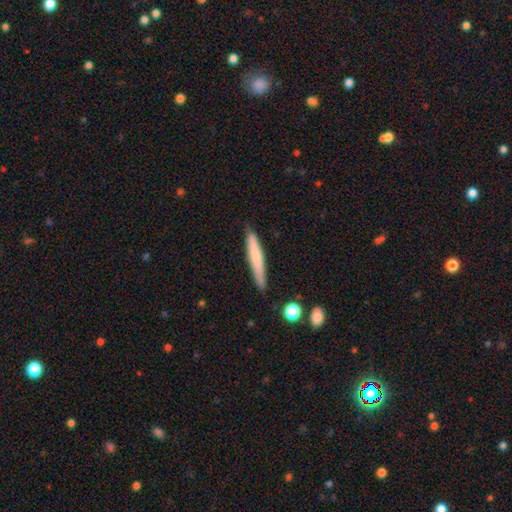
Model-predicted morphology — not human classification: smooth_or_featured: smooth (p=0.69) [alt: featured or disk p=0.25]
how_rounded: cigar-shaped (p=0.94) [alt: in between p=0.04]
merging: none (p=0.85) [alt: minor disturbance p=0.11]